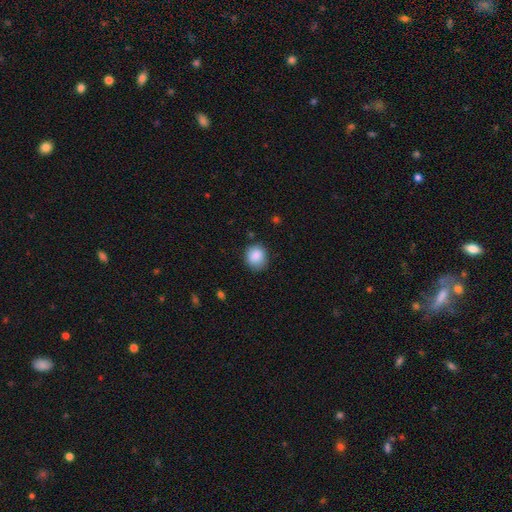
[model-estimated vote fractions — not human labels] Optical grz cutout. It shows a smooth galaxy with no disk features (88%) that is round (77%). Merging: none (79%).